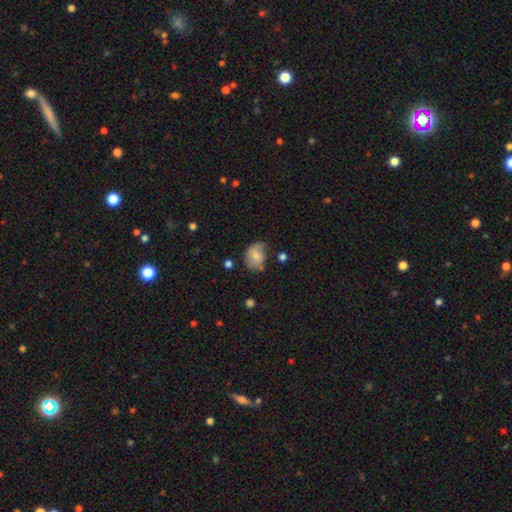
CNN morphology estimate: type=smooth (63%); roundness=in between (57%); merging=none (45%).